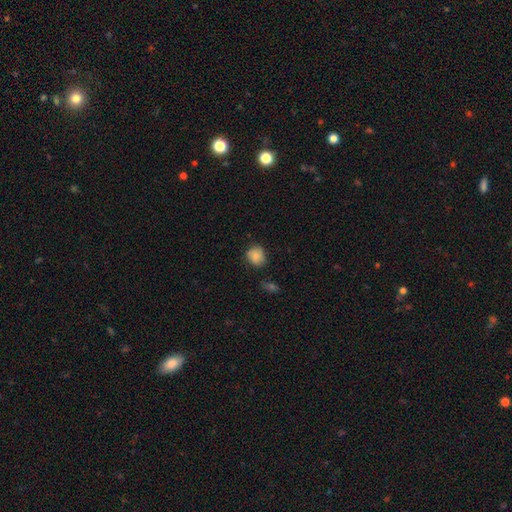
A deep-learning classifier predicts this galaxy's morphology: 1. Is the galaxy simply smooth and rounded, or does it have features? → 83% smooth, 9% featured or disk, 9% star or artifact.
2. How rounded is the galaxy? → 69% round, 30% in between, 1% cigar-shaped.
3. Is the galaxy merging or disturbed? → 68% none, 25% minor disturbance, 5% major disturbance, 2% merger.